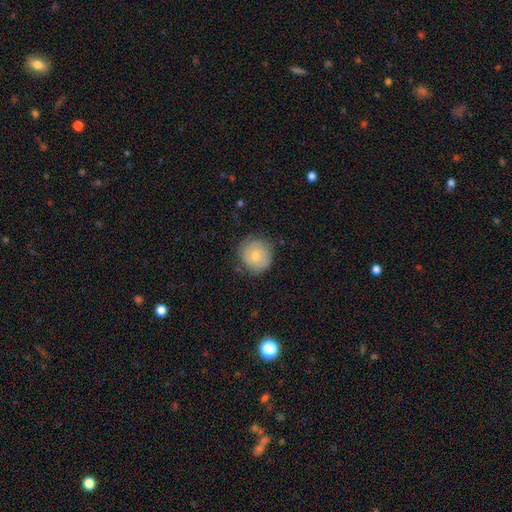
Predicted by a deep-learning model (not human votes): Overall: smooth (67%). How rounded: round (90%). Merging: none (78%).